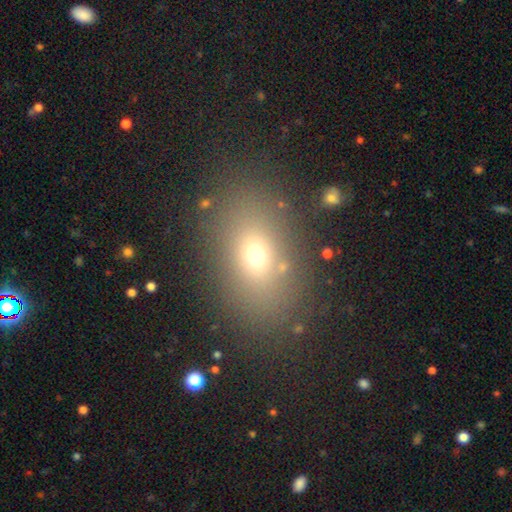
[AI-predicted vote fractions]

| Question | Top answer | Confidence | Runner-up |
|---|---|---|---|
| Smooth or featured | smooth | 66% | star or artifact (20%) |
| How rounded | in between | 75% | round (23%) |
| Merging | none | 82% | minor disturbance (10%) |